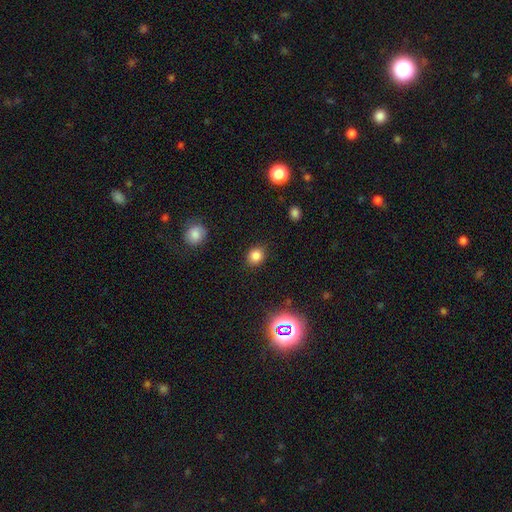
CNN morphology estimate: smooth_or_featured: smooth (p=0.82) [alt: star or artifact p=0.13]
how_rounded: round (p=0.70) [alt: in between p=0.28]
merging: none (p=0.87) [alt: minor disturbance p=0.09]